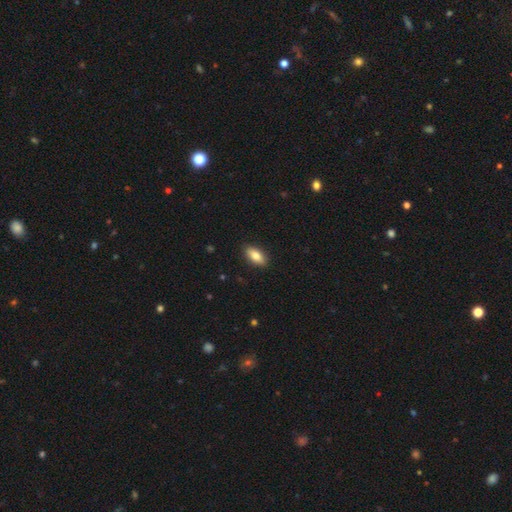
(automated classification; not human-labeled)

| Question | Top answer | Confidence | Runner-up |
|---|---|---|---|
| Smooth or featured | smooth | 81% | featured or disk (13%) |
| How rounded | in between | 86% | cigar-shaped (11%) |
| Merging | none | 89% | minor disturbance (8%) |